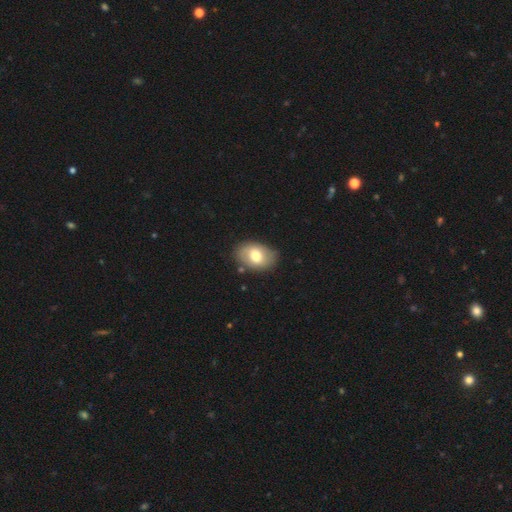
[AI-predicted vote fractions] This is likely a smooth galaxy (71%). How rounded: clearly in between (84%). Merging: likely none (79%).